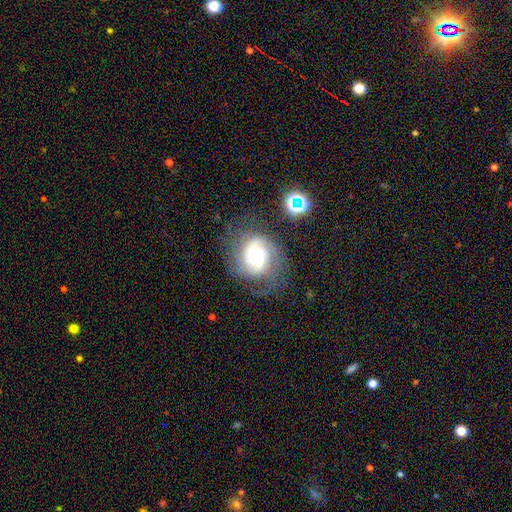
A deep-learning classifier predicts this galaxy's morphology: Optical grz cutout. It shows a featured or disk galaxy (78%) with no bar (59%), 2 (57%) medium (45%) spiral arms (95%) and a moderate central bulge (47%). Merging: none (60%).